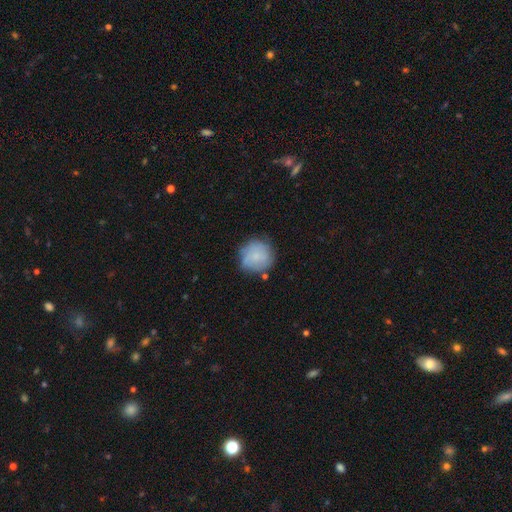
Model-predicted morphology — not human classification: Smooth or featured?
  - smooth: 74% *
  - featured or disk: 18%
  - star or artifact: 7%
How rounded?
  - round: 91% *
  - in between: 8%
  - cigar-shaped: 1%
Merging?
  - none: 67% *
  - minor disturbance: 22%
  - major disturbance: 6%
  - merger: 4%